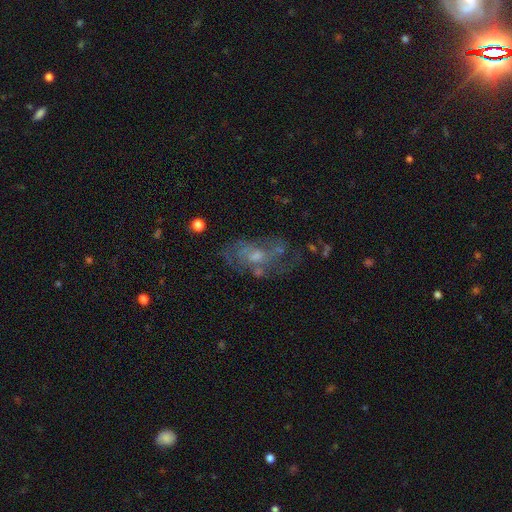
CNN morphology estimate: This appears to be a featured or disk galaxy (64%) with no bar (70%), spiral arms (57%) and a moderate central bulge (44%). Merging: none (48%).